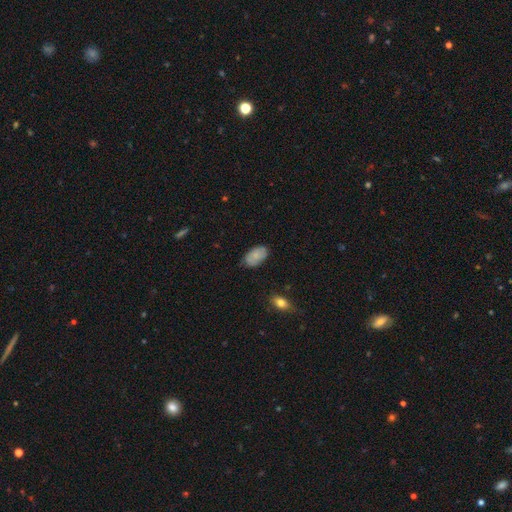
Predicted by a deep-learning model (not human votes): Smooth or featured? smooth (76%)
How rounded? in between (94%)
Merging? none (77%)